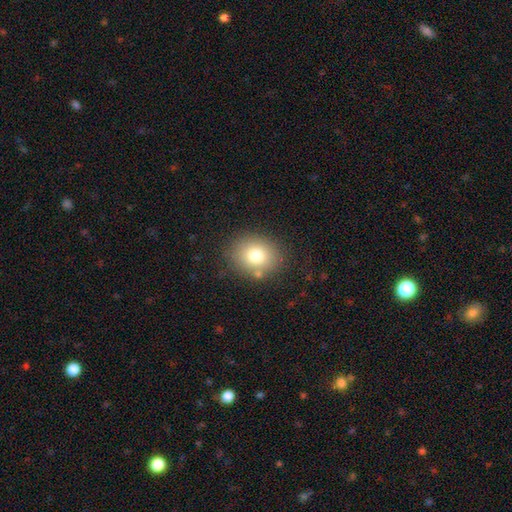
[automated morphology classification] A smooth galaxy with no disk features (77%) that is round (60%).

Vote fractions:
- Smooth or featured? smooth: 77% / star or artifact: 12% / featured or disk: 11%
- How rounded? round: 60% / in between: 40% / cigar-shaped: 1%
- Merging? none: 81% / minor disturbance: 11% / merger: 4% / major disturbance: 4%